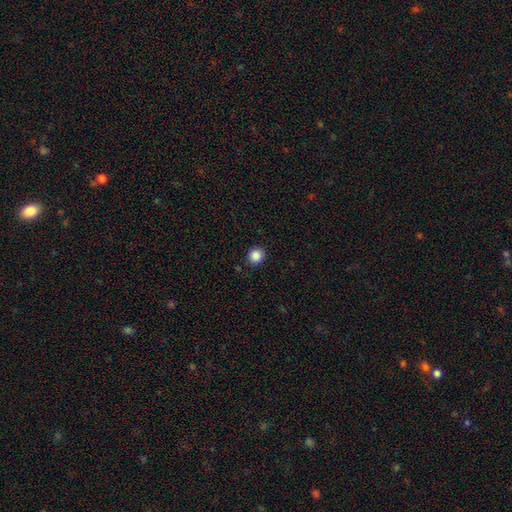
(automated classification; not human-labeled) Smooth or featured? smooth (87%)
How rounded? round (91%)
Merging? none (91%)